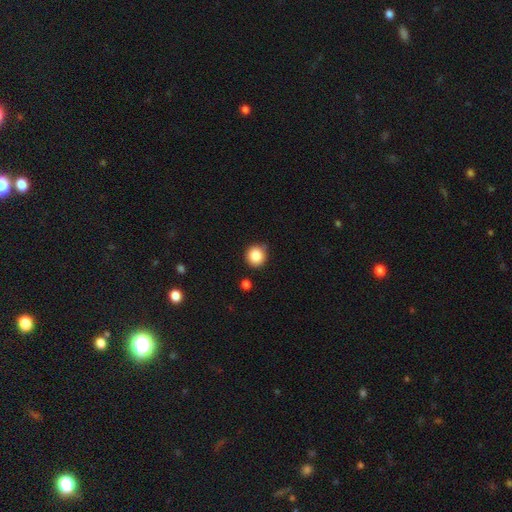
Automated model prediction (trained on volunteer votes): A smooth galaxy with no disk features (86%) that is round (91%).

Vote fractions:
- Smooth or featured? smooth: 86% / star or artifact: 9% / featured or disk: 4%
- How rounded? round: 91% / in between: 8% / cigar-shaped: 1%
- Merging? none: 79% / minor disturbance: 15% / merger: 4% / major disturbance: 3%